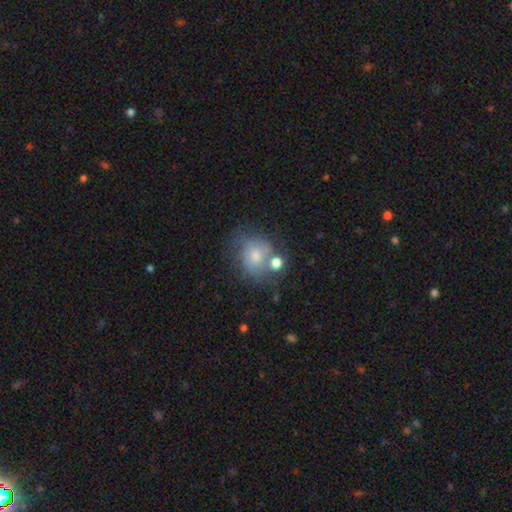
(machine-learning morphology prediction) type=smooth (53%); roundness=round (69%); merging=none (50%).